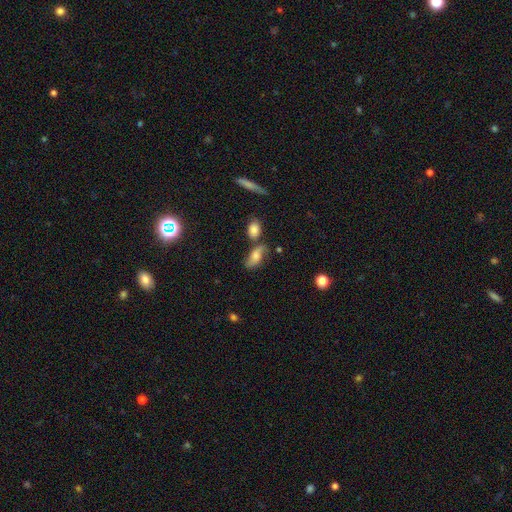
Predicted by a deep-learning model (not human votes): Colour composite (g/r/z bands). It shows a featured or disk galaxy (47%). Merging: none (56%).